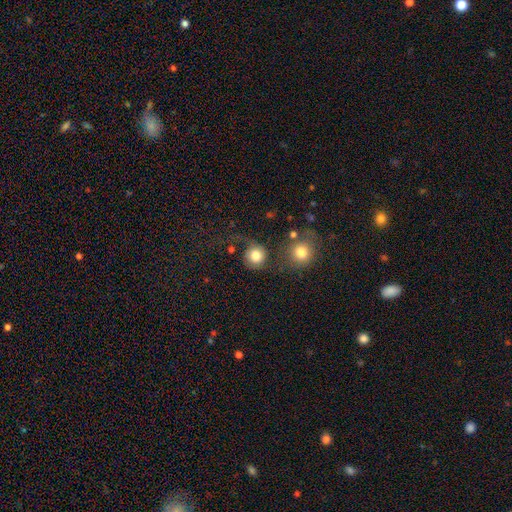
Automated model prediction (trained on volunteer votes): A smooth galaxy with no disk features (77%) that is round (91%). Merging: none (50%).